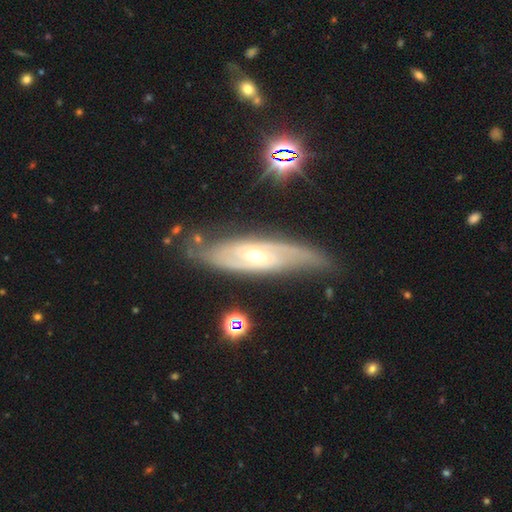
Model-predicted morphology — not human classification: This is clearly a featured or disk galaxy (81%). It is likely not viewed edge-on (79%). Bar: possibly no (49%). Spiral arm pattern: clearly yes (91%). Spiral arm count: possibly 2 (55%). Spiral winding: possibly tight (51%). Central bulge: possibly small (56%). Merging: likely none (75%).